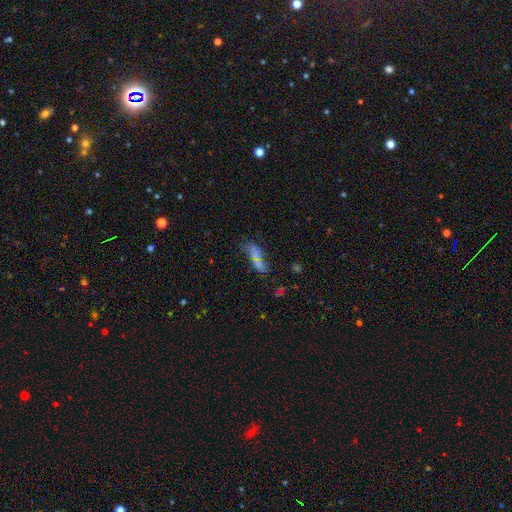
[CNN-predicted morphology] The model was most divided on "how rounded": in between: 63%, cigar-shaped: 31%, round: 6%. More confident: smooth or featured — smooth (64%); merging — none (52%).